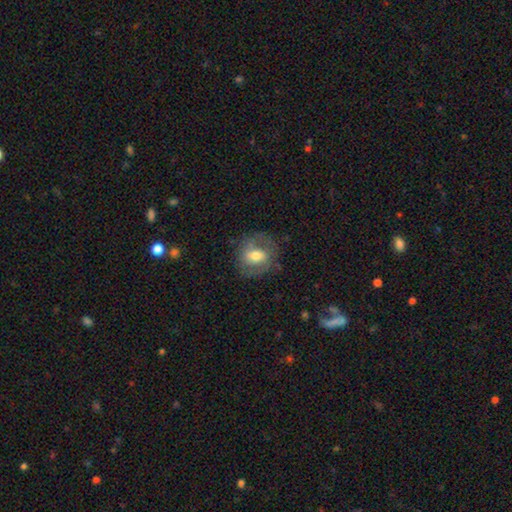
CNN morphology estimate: Smooth or featured: smooth — 48% (featured or disk — 44%)
Merging: none — 73% (minor disturbance — 17%)